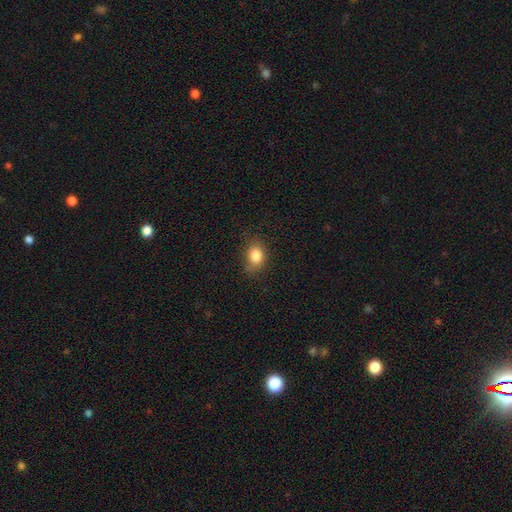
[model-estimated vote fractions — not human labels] smooth-or-featured: smooth: 85% | star or artifact: 10% | featured or disk: 6%
  how-rounded: in between: 65% | round: 33% | cigar-shaped: 1%
  merging: none: 69% | minor disturbance: 23% | major disturbance: 6% | merger: 2%